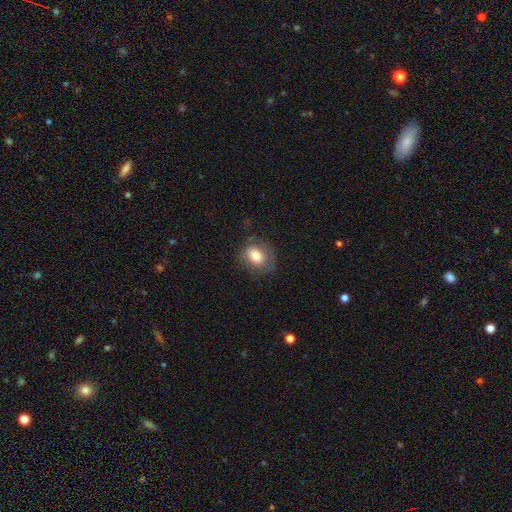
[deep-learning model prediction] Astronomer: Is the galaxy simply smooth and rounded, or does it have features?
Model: smooth — 74%.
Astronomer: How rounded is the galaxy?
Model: round — 53% (runner-up: in between, 46%).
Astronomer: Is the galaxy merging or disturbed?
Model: none — 69%.